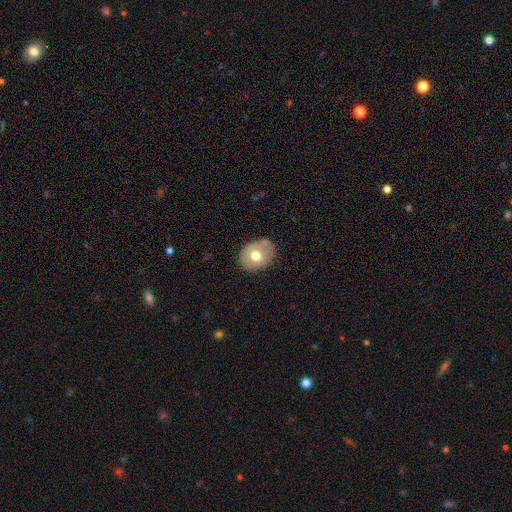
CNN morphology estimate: smooth_or_featured: smooth (p=0.60) [alt: featured or disk p=0.32]
how_rounded: in between (p=0.57) [alt: round p=0.43]
merging: none (p=0.72) [alt: minor disturbance p=0.21]